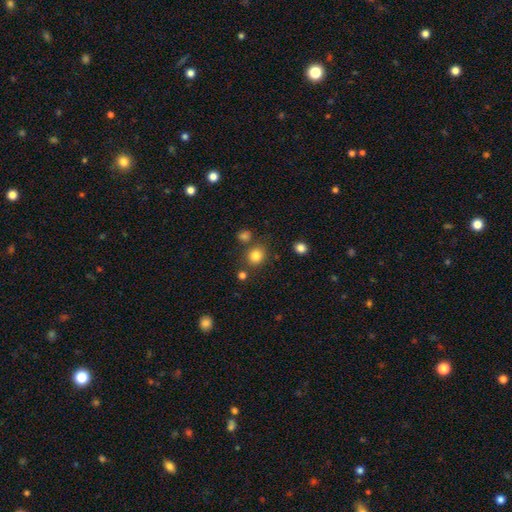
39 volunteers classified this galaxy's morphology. A smooth galaxy with no disk features (87%) that is round (82%).

Vote fractions:
- Smooth or featured? smooth: 87% / featured or disk: 8% / star or artifact: 5%
- How rounded? round: 82% / in between: 18% / cigar-shaped: 0%
- Merging? none: 57% / merger: 19% / minor disturbance: 16% / major disturbance: 8%